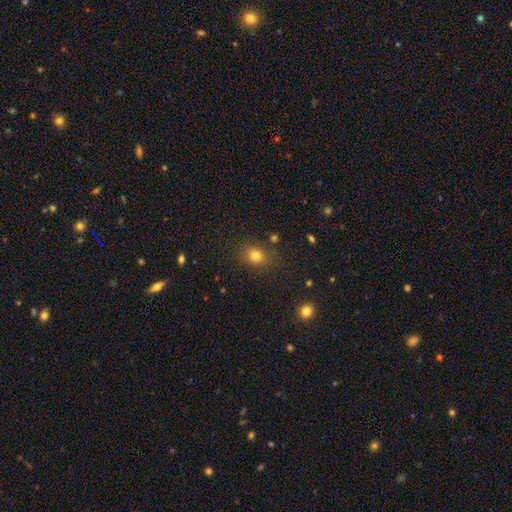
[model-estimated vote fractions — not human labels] Smooth or featured? smooth (78%)
How rounded? round (65%)
Merging? none (83%)